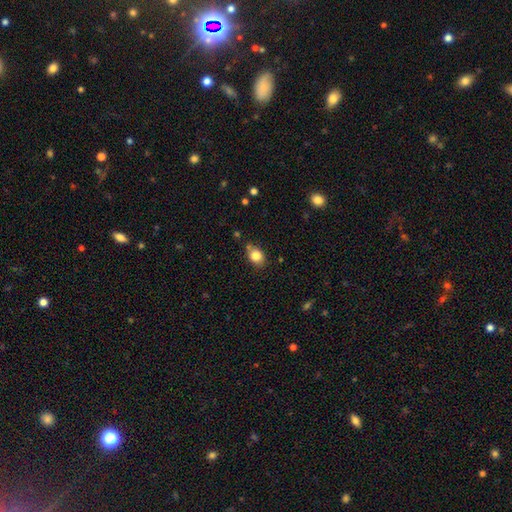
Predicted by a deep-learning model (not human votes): Smooth or featured? Predicted: smooth (p=0.83). How rounded? Predicted: in between (p=0.52). Merging? Predicted: none (p=0.70).